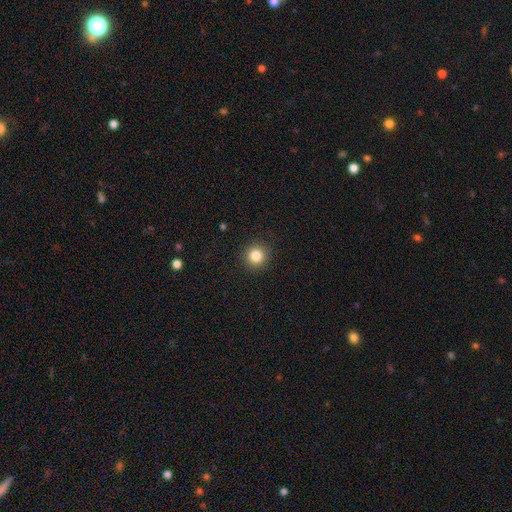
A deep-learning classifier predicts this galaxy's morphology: Q: Smooth or featured?
A: smooth (85%); runner-up: star or artifact (11%)
Q: How rounded?
A: round (93%); runner-up: in between (6%)
Q: Merging?
A: none (91%); runner-up: minor disturbance (6%)